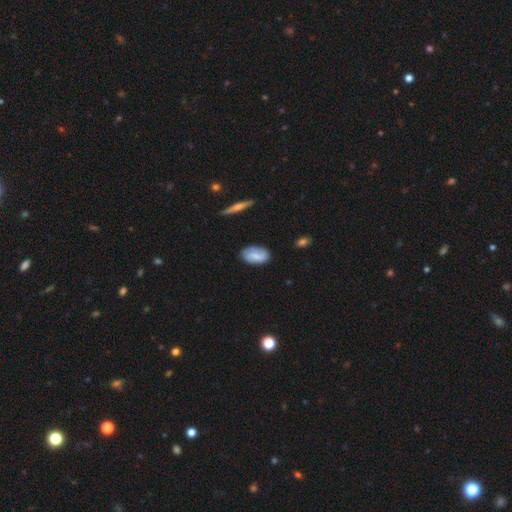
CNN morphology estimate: smooth 60%, featured or disk 33%, star or artifact 7%. Down the decision tree: how rounded — in between (92%); merging — none (79%).